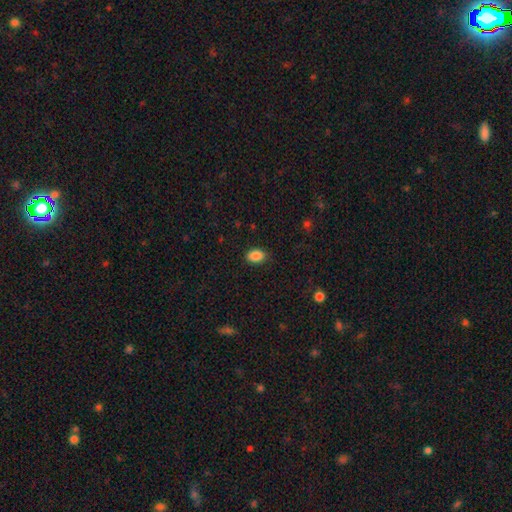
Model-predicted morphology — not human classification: Q: Smooth or featured?
A: smooth (88%); runner-up: star or artifact (8%)
Q: How rounded?
A: in between (86%); runner-up: round (12%)
Q: Merging?
A: none (87%); runner-up: minor disturbance (10%)